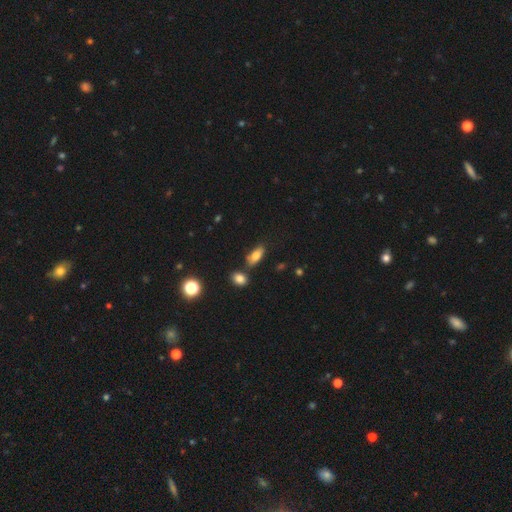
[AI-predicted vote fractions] Overall: smooth (77%). How rounded: in between (83%). Merging: none (72%).